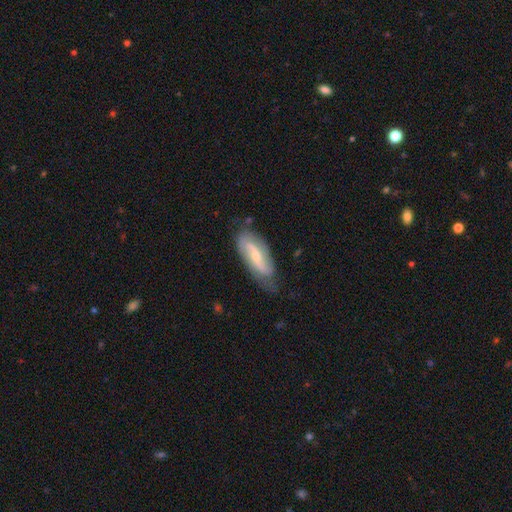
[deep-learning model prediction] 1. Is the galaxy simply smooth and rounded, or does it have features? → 77% featured or disk, 18% smooth, 5% star or artifact.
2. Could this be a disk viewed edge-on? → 91% no, 9% yes.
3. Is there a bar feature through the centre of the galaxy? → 40% weak, 31% strong, 30% no.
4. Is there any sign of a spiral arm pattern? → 92% yes, 8% no.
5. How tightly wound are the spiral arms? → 40% loose, 39% medium, 21% tight.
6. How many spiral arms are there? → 86% 2, 8% can't tell, 2% 1, 2% 3, 1% 4, 1% more than 4.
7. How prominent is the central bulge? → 62% small, 34% moderate, 2% none, 1% large, 1% dominant.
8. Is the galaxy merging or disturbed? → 70% none, 22% minor disturbance, 6% major disturbance, 2% merger.